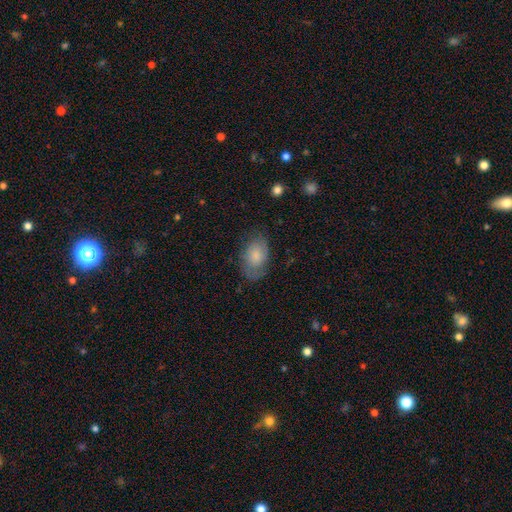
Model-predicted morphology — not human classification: Q: Smooth or featured?
A: smooth (68%); runner-up: featured or disk (24%)
Q: How rounded?
A: in between (89%); runner-up: round (10%)
Q: Merging?
A: none (67%); runner-up: minor disturbance (23%)